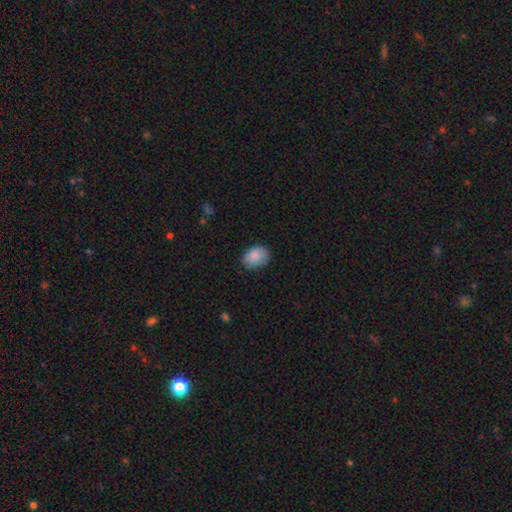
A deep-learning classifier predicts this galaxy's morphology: Smooth or featured? Predicted: smooth (p=0.89). How rounded? Predicted: in between (p=0.78). Merging? Predicted: none (p=0.81).